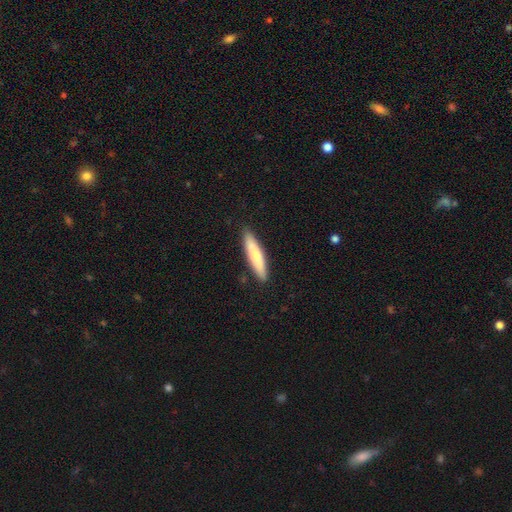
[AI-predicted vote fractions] Smooth or featured? Predicted: smooth (p=0.76). How rounded? Predicted: cigar-shaped (p=0.84). Merging? Predicted: none (p=0.89).